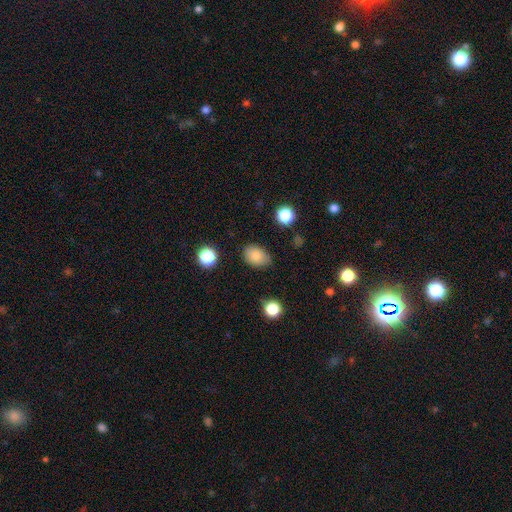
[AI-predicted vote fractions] smooth_or_featured: smooth (p=0.82) [alt: star or artifact p=0.09]
how_rounded: in between (p=0.77) [alt: round p=0.22]
merging: none (p=0.77) [alt: minor disturbance p=0.18]